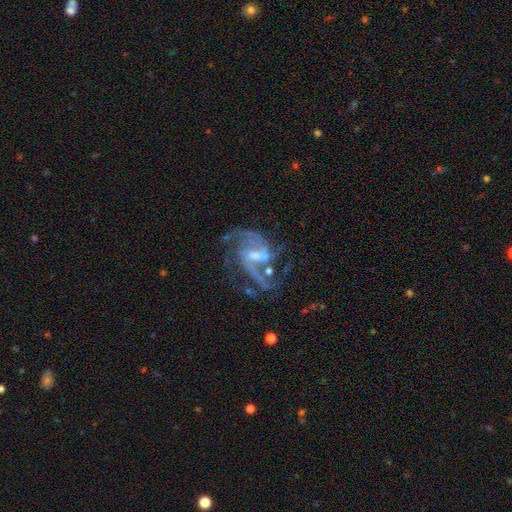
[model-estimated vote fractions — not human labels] A featured or disk galaxy (89%) with a weak bar (52%), 2 (59%) medium (49%) spiral arms (96%) and a small central bulge (50%).

Vote fractions:
- Smooth or featured? featured or disk: 89% / star or artifact: 7% / smooth: 4%
- Edge-on disk? no: 98% / yes: 2%
- Bar? weak: 52% / no: 25% / strong: 23%
- Spiral arms? yes: 96% / no: 4%
- Spiral winding? medium: 49% / loose: 37% / tight: 14%
- Spiral arm count? 2: 59% / 3: 17% / can't tell: 10% / 4: 5% / 1: 5% / more than 4: 4%
- Bulge size? small: 50% / moderate: 38% / none: 9% / large: 3% / dominant: 1%
- Merging? none: 50% / major disturbance: 22% / minor disturbance: 17% / merger: 11%